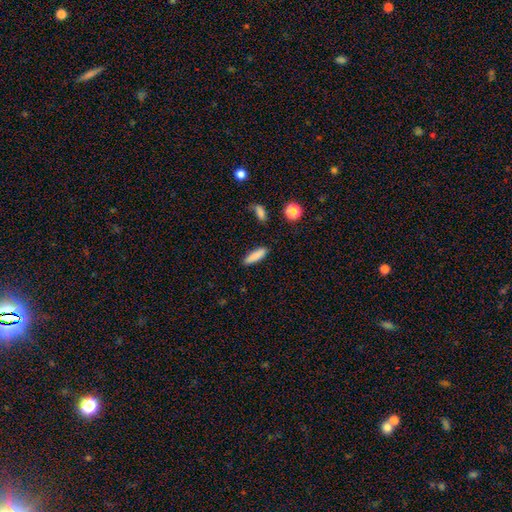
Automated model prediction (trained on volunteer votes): The model was most divided on "how rounded": cigar-shaped: 69%, in between: 29%, round: 2%. More confident: merging — none (87%); smooth or featured — smooth (86%).